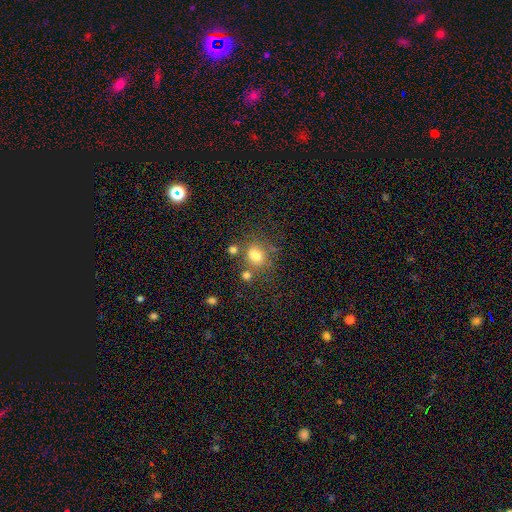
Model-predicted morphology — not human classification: type=smooth (75%); roundness=round (63%); merging=none (59%).